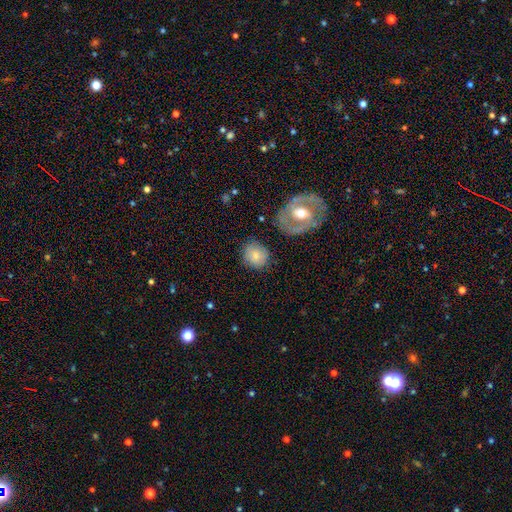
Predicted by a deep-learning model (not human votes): smooth_or_featured: smooth (p=0.70) [alt: featured or disk p=0.22]
how_rounded: round (p=0.78) [alt: in between p=0.20]
merging: none (p=0.76) [alt: minor disturbance p=0.14]